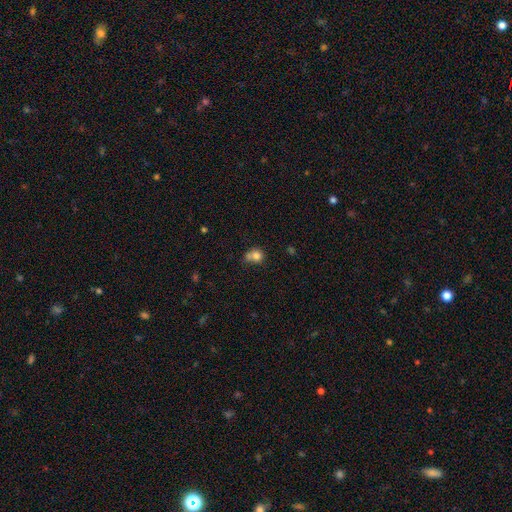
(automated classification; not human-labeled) The model was most divided on "merging": none: 42%, merger: 36%, minor disturbance: 16%, major disturbance: 7%. More confident: smooth or featured — smooth (78%); how rounded — round (77%).